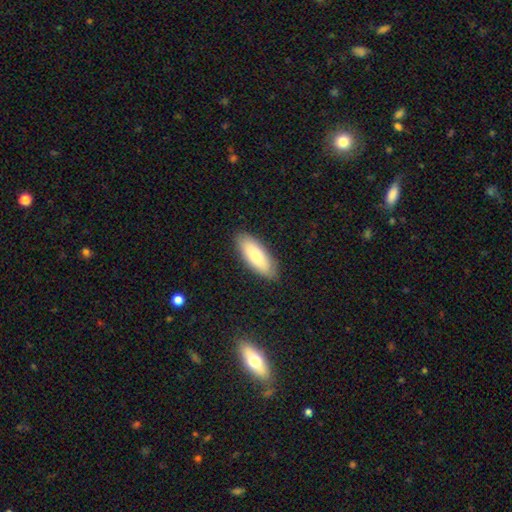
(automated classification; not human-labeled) A smooth galaxy with no disk features (78%) that is in between round and cigar-shaped (74%). Merging: none (87%).